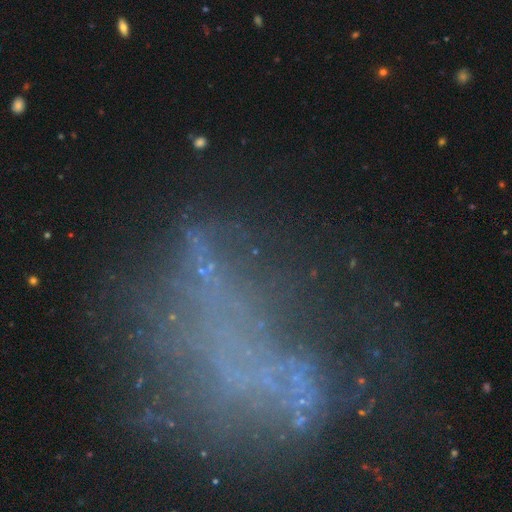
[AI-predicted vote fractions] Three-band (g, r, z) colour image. It shows a star or artifact, not a galaxy (41%).